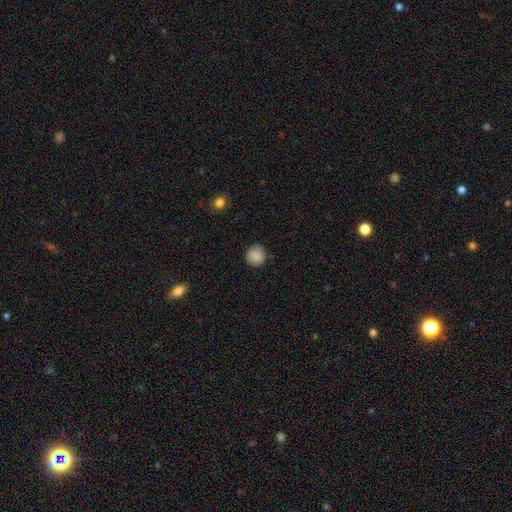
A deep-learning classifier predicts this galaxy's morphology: The model was most divided on "merging": none: 81%, minor disturbance: 15%, major disturbance: 3%, merger: 1%. More confident: how rounded — round (88%); smooth or featured — smooth (82%).